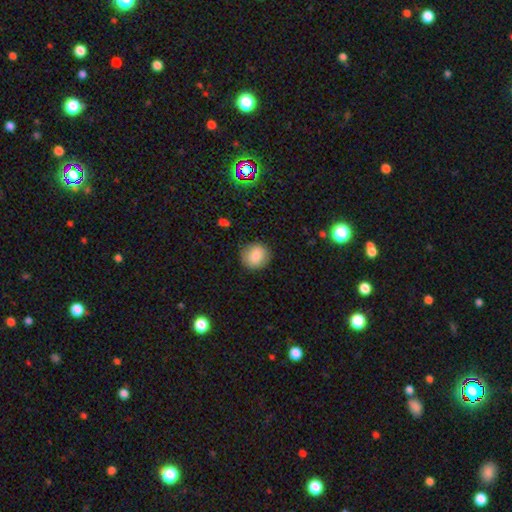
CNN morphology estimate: A smooth galaxy with no disk features (83%) that is round (89%).

Vote fractions:
- Smooth or featured? smooth: 83% / star or artifact: 9% / featured or disk: 8%
- How rounded? round: 89% / in between: 10% / cigar-shaped: 1%
- Merging? none: 87% / minor disturbance: 9% / major disturbance: 2% / merger: 1%